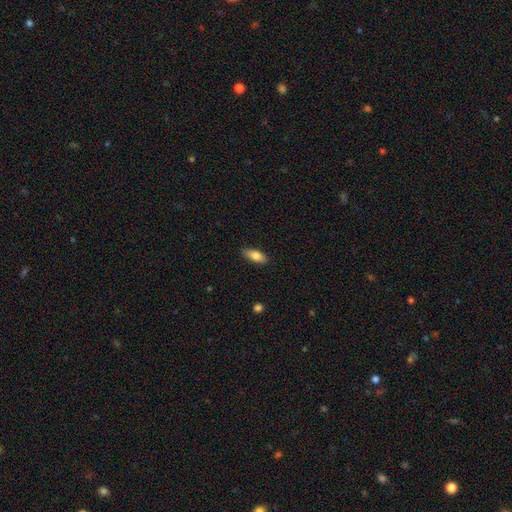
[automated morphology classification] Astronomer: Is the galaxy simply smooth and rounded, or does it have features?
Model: smooth — 77%.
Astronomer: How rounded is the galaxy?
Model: in between — 74%.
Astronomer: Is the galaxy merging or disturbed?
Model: none — 87%.